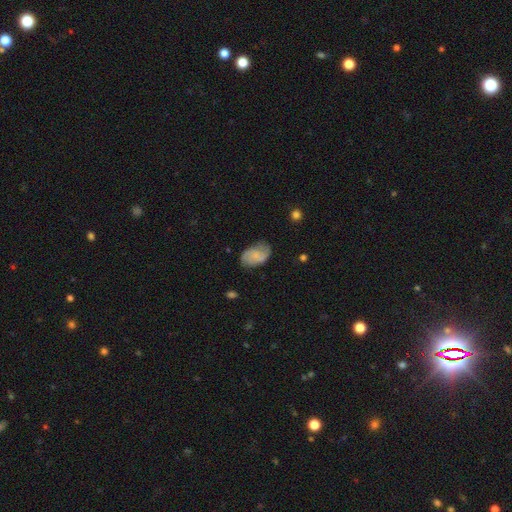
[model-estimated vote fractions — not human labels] Smooth or featured? smooth (51%)
How rounded? in between (90%)
Merging? none (63%)